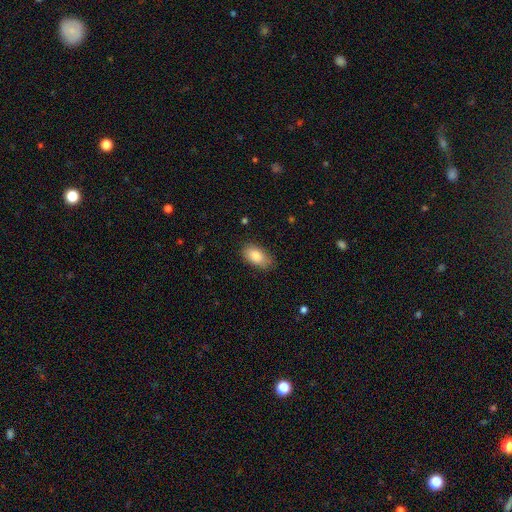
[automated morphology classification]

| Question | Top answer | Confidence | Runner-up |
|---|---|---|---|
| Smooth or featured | smooth | 86% | featured or disk (7%) |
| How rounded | in between | 93% | round (4%) |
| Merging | none | 78% | minor disturbance (17%) |